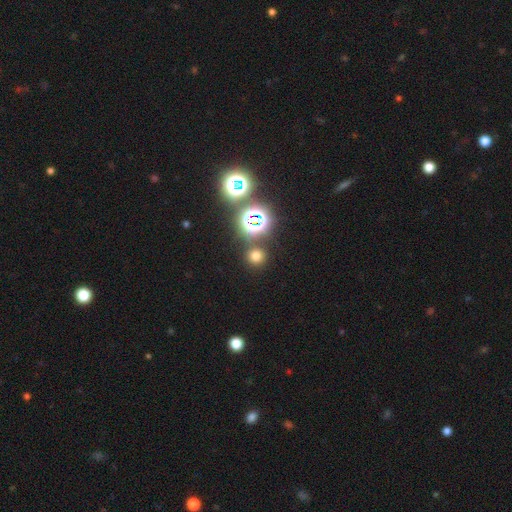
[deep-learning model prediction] This appears to be a smooth galaxy with no disk features (63%) that is round (92%). Merging: none (85%).